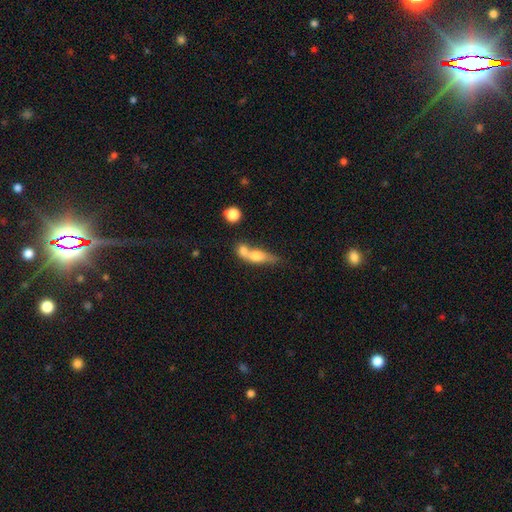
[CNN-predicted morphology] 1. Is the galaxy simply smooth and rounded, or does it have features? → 61% smooth, 30% featured or disk, 8% star or artifact.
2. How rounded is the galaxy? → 51% in between, 37% cigar-shaped, 12% round.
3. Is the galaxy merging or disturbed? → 58% merger, 26% none, 10% minor disturbance, 7% major disturbance.